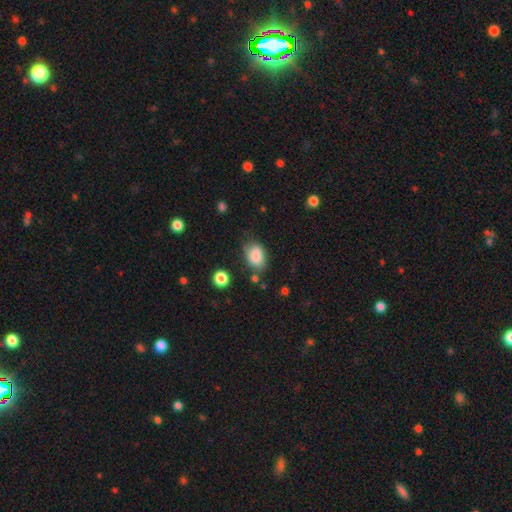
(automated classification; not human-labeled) Overall: smooth (83%). How rounded: in between (82%). Merging: none (66%).